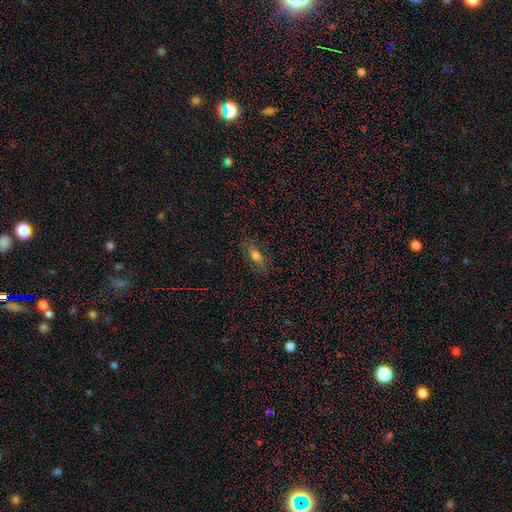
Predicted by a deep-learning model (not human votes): smooth 69%, featured or disk 19%, star or artifact 12%. Down the decision tree: how rounded — in between (71%); merging — none (80%).